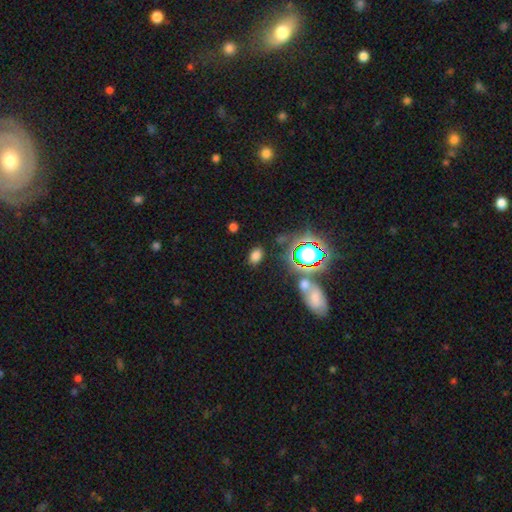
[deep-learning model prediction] A smooth galaxy with no disk features (70%) that is in between round and cigar-shaped (84%).

Vote fractions:
- Smooth or featured? smooth: 70% / star or artifact: 22% / featured or disk: 8%
- How rounded? in between: 84% / round: 14% / cigar-shaped: 2%
- Merging? none: 81% / minor disturbance: 11% / major disturbance: 4% / merger: 4%